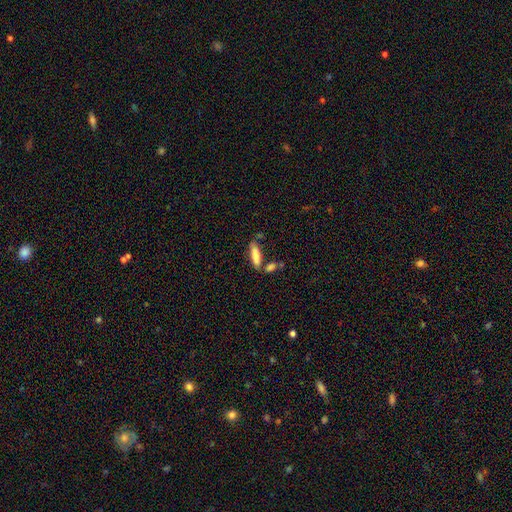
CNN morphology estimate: Smooth or featured? smooth (80%)
How rounded? cigar-shaped (62%)
Merging? none (66%)